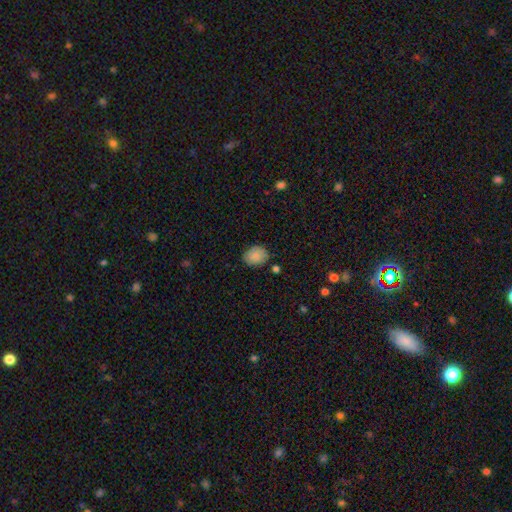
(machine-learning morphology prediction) smooth_or_featured: smooth (p=0.84) [alt: star or artifact p=0.08]
how_rounded: round (p=0.54) [alt: in between p=0.45]
merging: none (p=0.78) [alt: minor disturbance p=0.16]